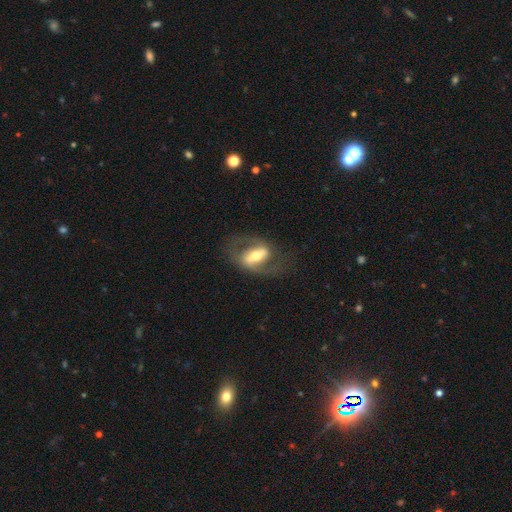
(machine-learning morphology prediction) A featured or disk galaxy (74%) with a strong bar (59%), 2 (85%) medium (48%) spiral arms (75%) and a moderate central bulge (62%). Merging: none (66%).